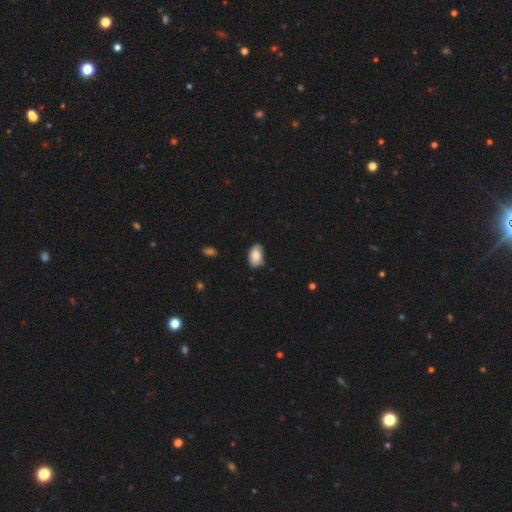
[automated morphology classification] smooth 81%, featured or disk 12%, star or artifact 7%. Down the decision tree: how rounded — in between (92%); merging — none (75%).